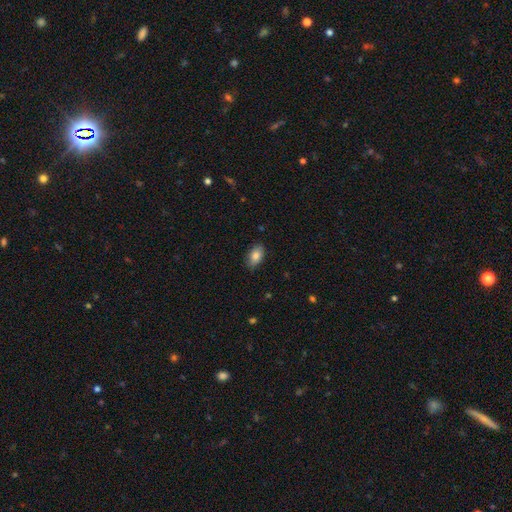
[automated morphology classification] Smooth or featured? Predicted: smooth (p=0.83). How rounded? Predicted: in between (p=0.90). Merging? Predicted: none (p=0.82).